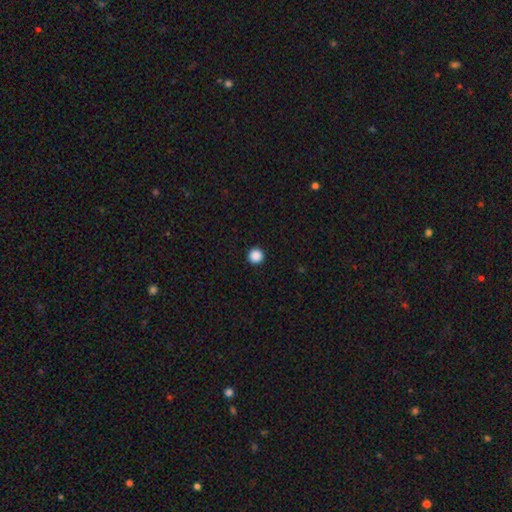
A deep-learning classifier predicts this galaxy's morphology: This is clearly a smooth galaxy (88%). How rounded: clearly round (97%). Merging: clearly none (94%).